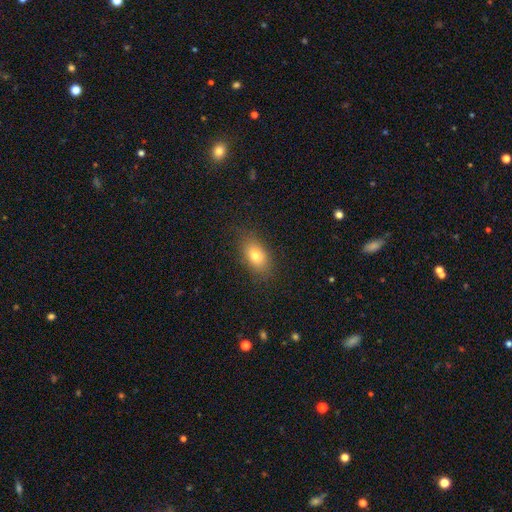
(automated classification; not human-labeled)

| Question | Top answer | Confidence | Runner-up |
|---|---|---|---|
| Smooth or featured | smooth | 77% | featured or disk (13%) |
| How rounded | in between | 84% | round (13%) |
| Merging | none | 83% | minor disturbance (12%) |